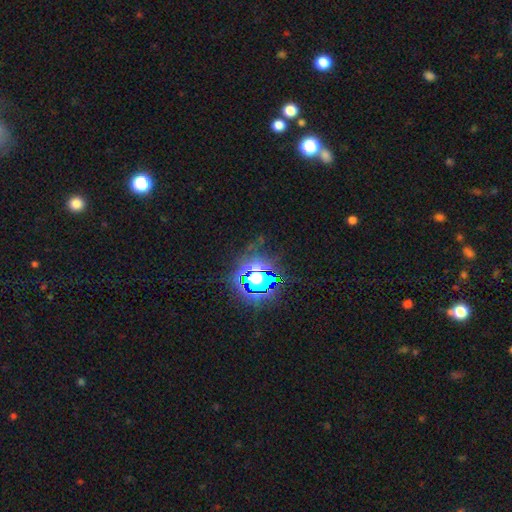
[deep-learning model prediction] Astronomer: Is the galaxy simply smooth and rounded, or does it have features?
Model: star or artifact — 74%.